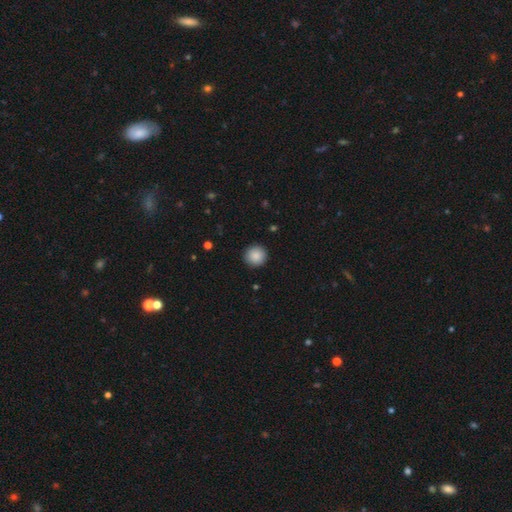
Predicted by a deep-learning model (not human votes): Smooth or featured?
  - smooth: 89% *
  - star or artifact: 8%
  - featured or disk: 4%
How rounded?
  - round: 95% *
  - in between: 4%
  - cigar-shaped: 1%
Merging?
  - none: 92% *
  - minor disturbance: 5%
  - major disturbance: 2%
  - merger: 1%